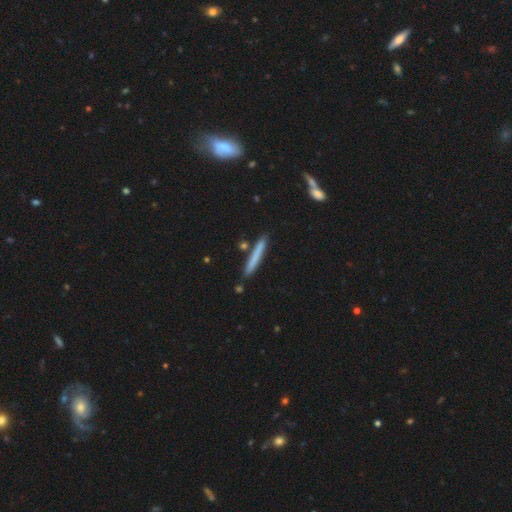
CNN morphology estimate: smooth-or-featured: smooth: 71% | featured or disk: 23% | star or artifact: 6%
  how-rounded: cigar-shaped: 96% | in between: 2% | round: 1%
  merging: none: 85% | minor disturbance: 9% | merger: 4% | major disturbance: 2%